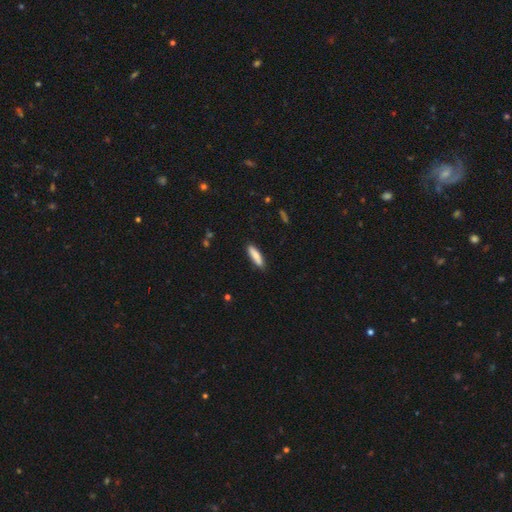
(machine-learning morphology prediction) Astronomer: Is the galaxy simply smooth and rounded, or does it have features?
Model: smooth — 83%.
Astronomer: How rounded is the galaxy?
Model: cigar-shaped — 70%.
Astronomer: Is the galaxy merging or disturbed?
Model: none — 84%.